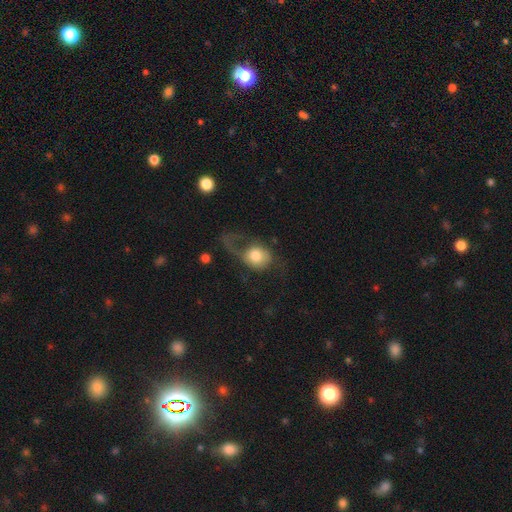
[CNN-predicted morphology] A smooth galaxy with no disk features (64%) that is round (62%).

Vote fractions:
- Smooth or featured? smooth: 64% / featured or disk: 28% / star or artifact: 8%
- How rounded? round: 62% / in between: 37% / cigar-shaped: 1%
- Merging? major disturbance: 58% / none: 21% / minor disturbance: 16% / merger: 4%